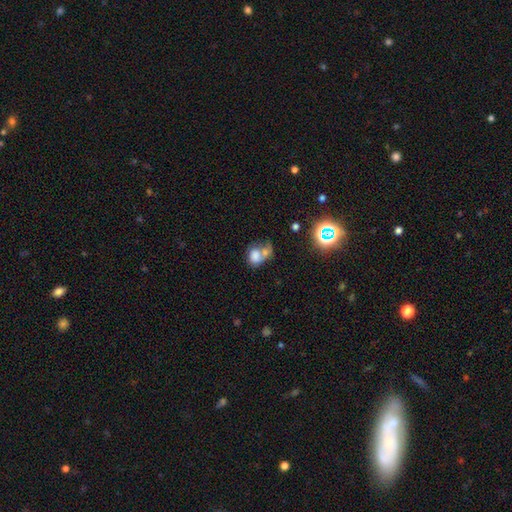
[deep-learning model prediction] Smooth or featured? Predicted: smooth (p=0.68). How rounded? Predicted: in between (p=0.58). Merging? Predicted: merger (p=0.58).